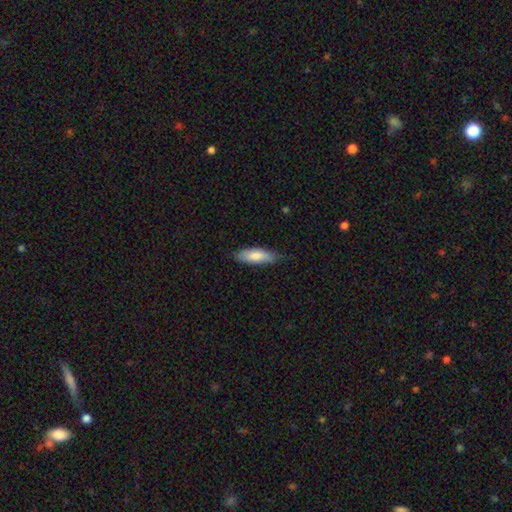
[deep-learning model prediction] Morphology: type=smooth (77%); roundness=in between (52%); merging=none (71%).